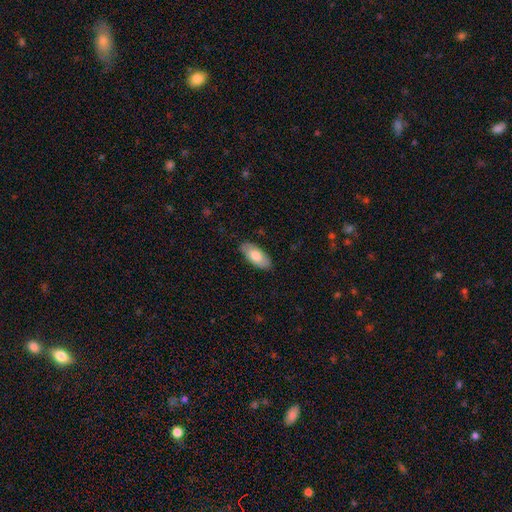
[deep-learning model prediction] smooth-or-featured: smooth: 71% | featured or disk: 23% | star or artifact: 6%
  how-rounded: in between: 90% | cigar-shaped: 7% | round: 2%
  merging: none: 84% | minor disturbance: 12% | major disturbance: 2% | merger: 1%